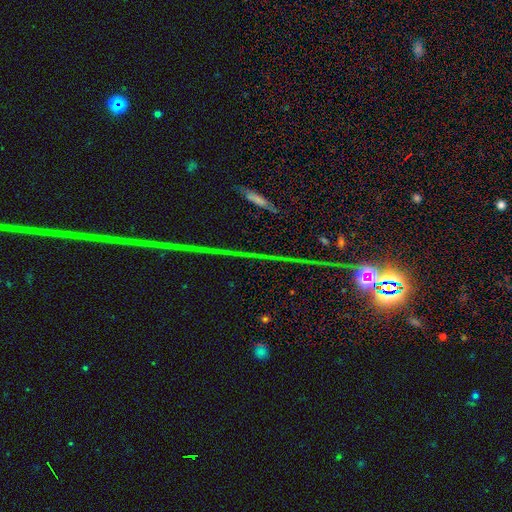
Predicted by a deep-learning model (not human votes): Smooth or featured? Predicted: star or artifact (p=0.83).